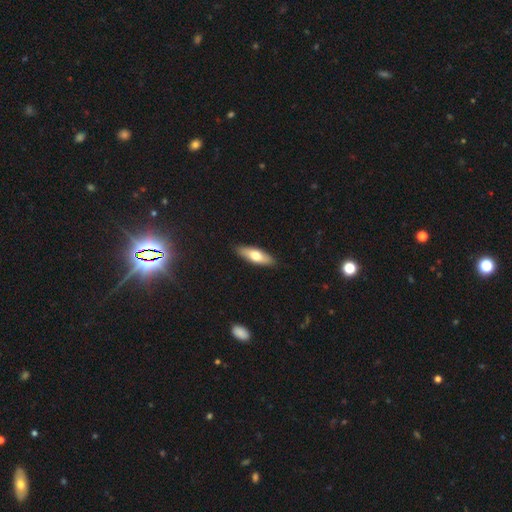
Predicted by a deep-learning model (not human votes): smooth-or-featured: smooth: 66% | featured or disk: 29% | star or artifact: 5%
  how-rounded: in between: 53% | cigar-shaped: 45% | round: 2%
  merging: none: 90% | minor disturbance: 8% | major disturbance: 2% | merger: 1%